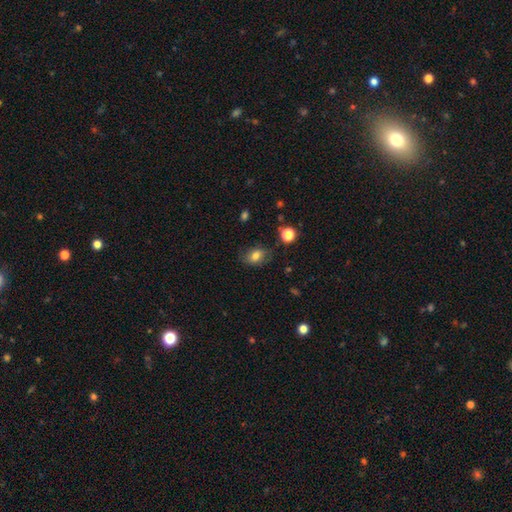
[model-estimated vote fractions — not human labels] Morphology: type=smooth (74%); roundness=in between (74%); merging=none (73%).